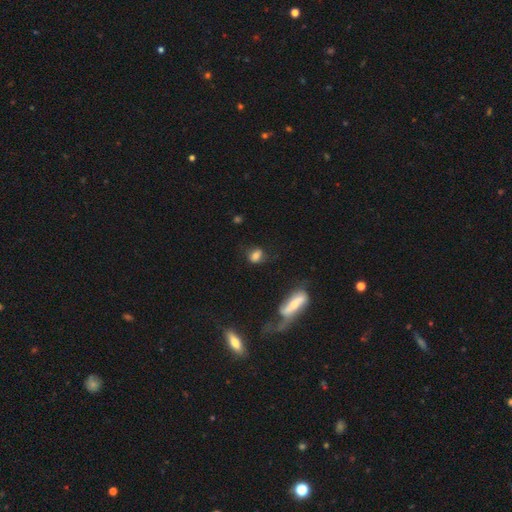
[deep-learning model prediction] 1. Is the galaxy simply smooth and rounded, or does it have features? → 73% smooth, 15% featured or disk, 12% star or artifact.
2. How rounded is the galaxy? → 57% in between, 40% round, 3% cigar-shaped.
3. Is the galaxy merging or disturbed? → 58% none, 24% minor disturbance, 12% major disturbance, 7% merger.